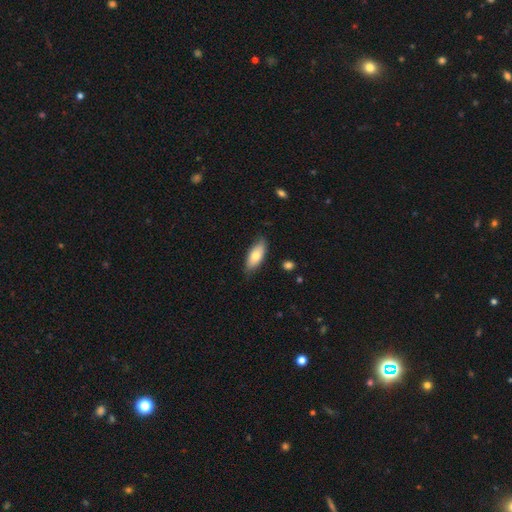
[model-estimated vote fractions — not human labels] Smooth or featured?
  - smooth: 73% *
  - featured or disk: 21%
  - star or artifact: 6%
How rounded?
  - in between: 79% *
  - cigar-shaped: 18%
  - round: 2%
Merging?
  - none: 81% *
  - minor disturbance: 15%
  - major disturbance: 2%
  - merger: 1%